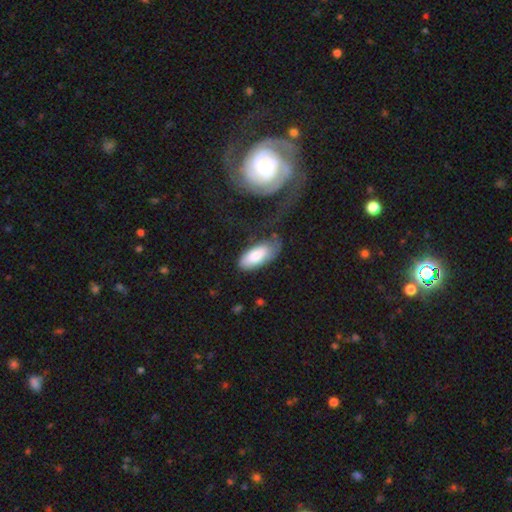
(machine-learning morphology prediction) Smooth or featured: smooth — 79% (featured or disk — 15%)
How rounded: in between — 90% (cigar-shaped — 8%)
Merging: none — 49% (minor disturbance — 27%)